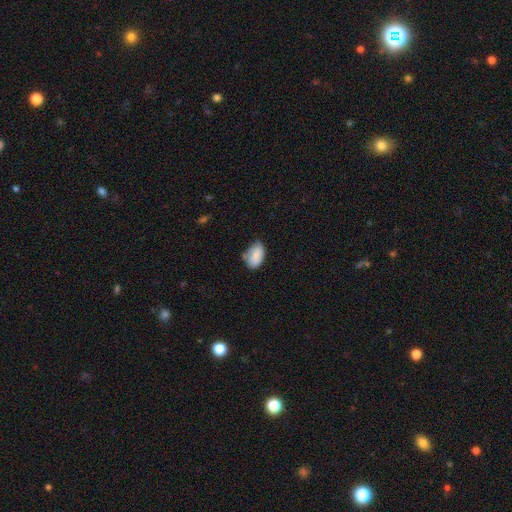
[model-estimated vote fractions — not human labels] A smooth galaxy with no disk features (84%) that is in between round and cigar-shaped (89%).

Vote fractions:
- Smooth or featured? smooth: 84% / featured or disk: 8% / star or artifact: 8%
- How rounded? in between: 89% / round: 9% / cigar-shaped: 1%
- Merging? none: 49% / minor disturbance: 38% / major disturbance: 9% / merger: 4%